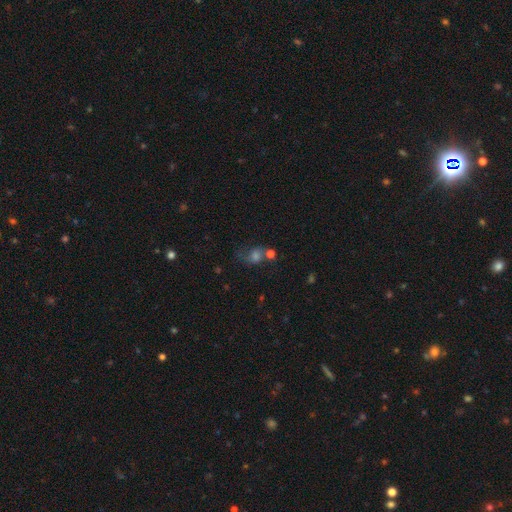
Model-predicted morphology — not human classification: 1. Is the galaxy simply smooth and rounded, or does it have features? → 48% smooth, 28% featured or disk, 24% star or artifact.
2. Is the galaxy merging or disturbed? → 42% none, 22% merger, 18% minor disturbance, 18% major disturbance.